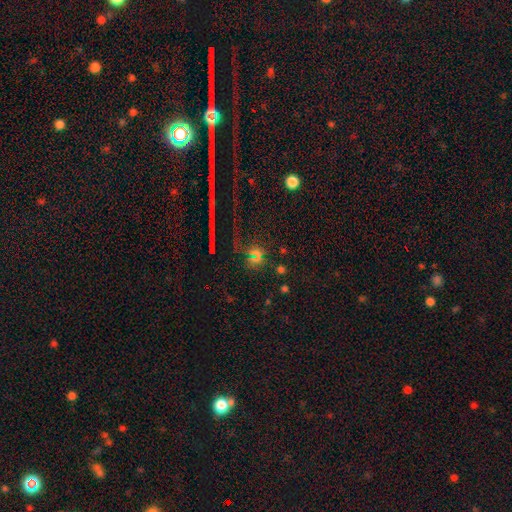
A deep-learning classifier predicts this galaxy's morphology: Smooth or featured?
  - star or artifact: 61% *
  - smooth: 29%
  - featured or disk: 10%